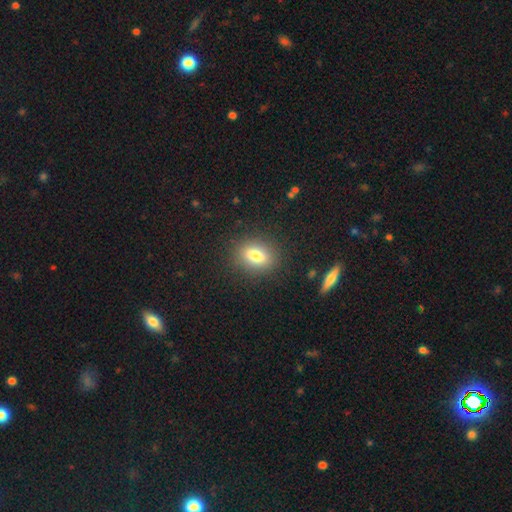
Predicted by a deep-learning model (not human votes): smooth-or-featured: smooth: 78% | featured or disk: 12% | star or artifact: 11%
  how-rounded: in between: 68% | round: 29% | cigar-shaped: 3%
  merging: none: 87% | minor disturbance: 9% | major disturbance: 3% | merger: 1%